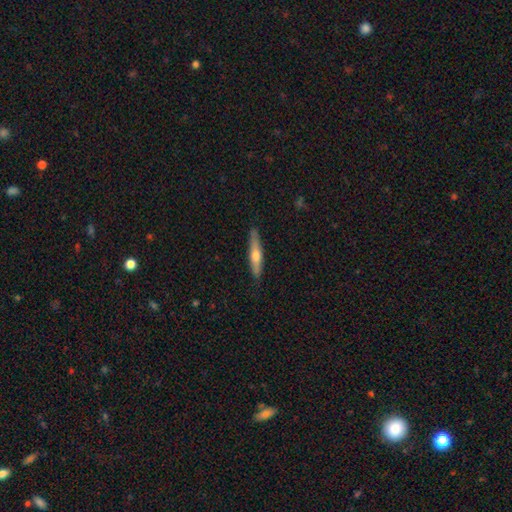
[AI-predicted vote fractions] This appears to be a smooth galaxy with no disk features (47%, tied with featured or disk). Merging: none (87%).